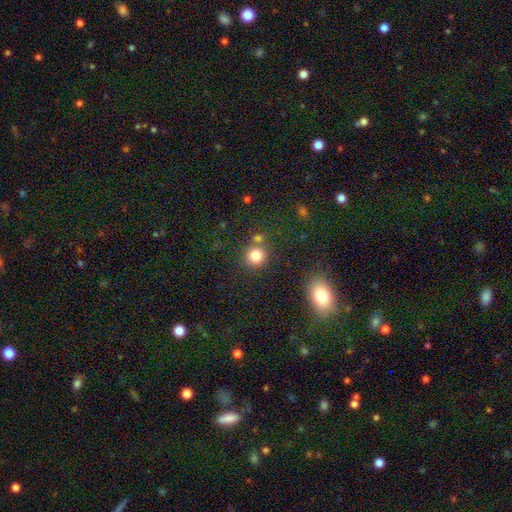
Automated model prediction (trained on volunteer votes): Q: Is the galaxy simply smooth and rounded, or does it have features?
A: smooth — 82%.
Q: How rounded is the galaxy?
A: round — 87%.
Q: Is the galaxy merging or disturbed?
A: none — 71%.